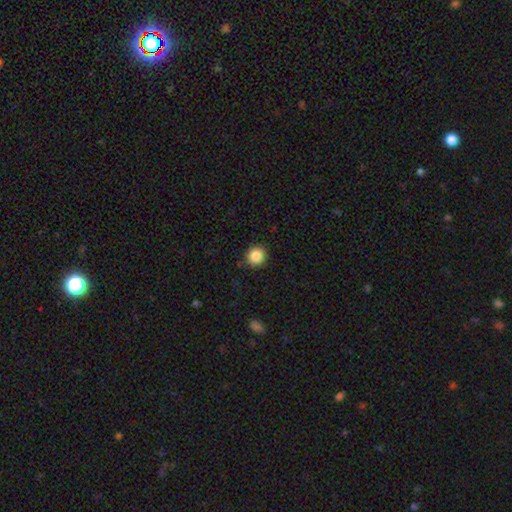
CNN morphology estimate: A smooth galaxy with no disk features (87%) that is round (91%). Merging: none (90%).